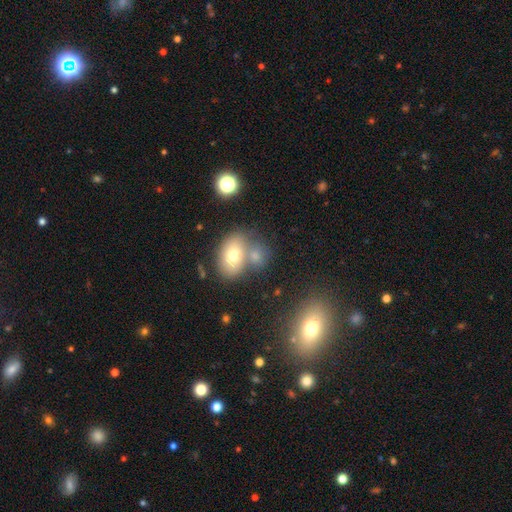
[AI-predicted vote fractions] The model was most divided on "merging": none: 43%, merger: 40%, minor disturbance: 11%, major disturbance: 6%. More confident: smooth or featured — smooth (70%); how rounded — in between (59%).